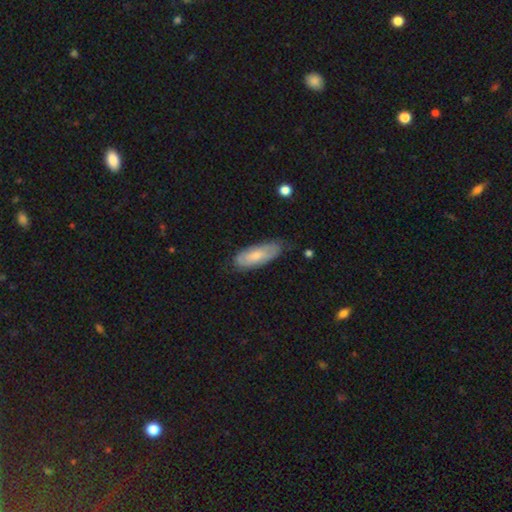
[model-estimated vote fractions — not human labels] smooth_or_featured: smooth (p=0.66) [alt: featured or disk p=0.29]
how_rounded: in between (p=0.73) [alt: cigar-shaped p=0.25]
merging: none (p=0.65) [alt: minor disturbance p=0.28]